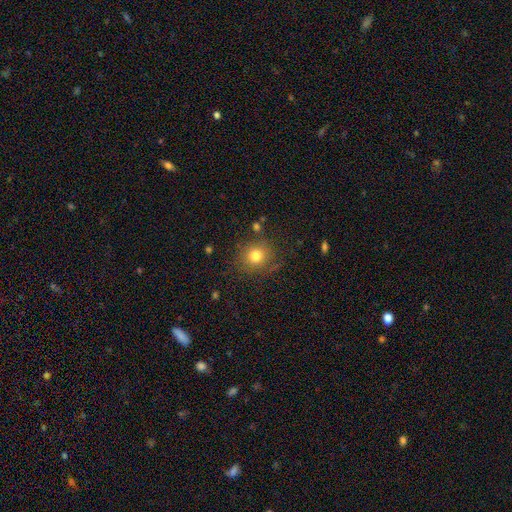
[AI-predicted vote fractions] Smooth or featured? Predicted: smooth (p=0.78). How rounded? Predicted: round (p=0.87). Merging? Predicted: none (p=0.80).